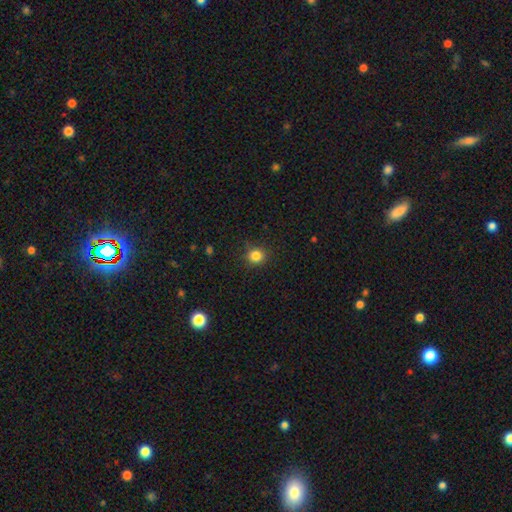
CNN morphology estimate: The model was most divided on "smooth or featured": smooth: 83%, star or artifact: 12%, featured or disk: 4%. More confident: how rounded — round (90%); merging — none (88%).